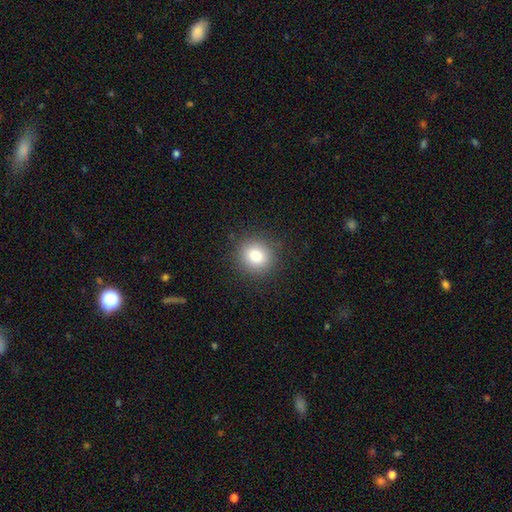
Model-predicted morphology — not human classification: Smooth or featured? smooth (82%)
How rounded? round (85%)
Merging? none (89%)